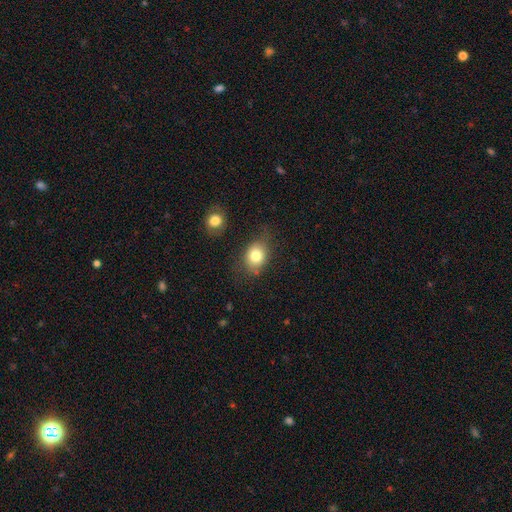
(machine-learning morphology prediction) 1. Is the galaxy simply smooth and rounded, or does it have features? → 80% smooth, 11% featured or disk, 10% star or artifact.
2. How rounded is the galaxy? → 51% in between, 48% round, 1% cigar-shaped.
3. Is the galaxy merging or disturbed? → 65% none, 22% minor disturbance, 8% major disturbance, 5% merger.